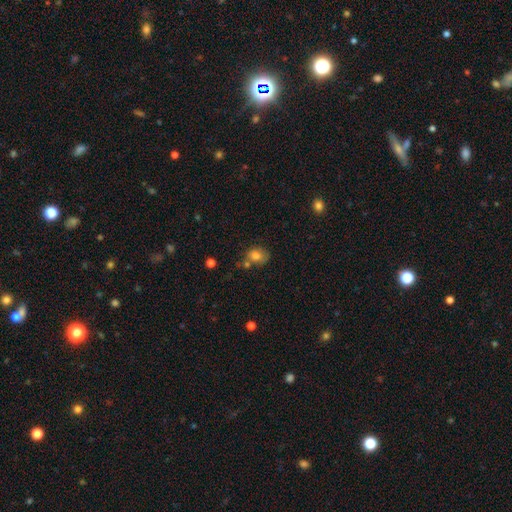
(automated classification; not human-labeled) Smooth or featured: smooth — 78% (featured or disk — 12%)
How rounded: in between — 51% (round — 48%)
Merging: none — 50% (minor disturbance — 23%)